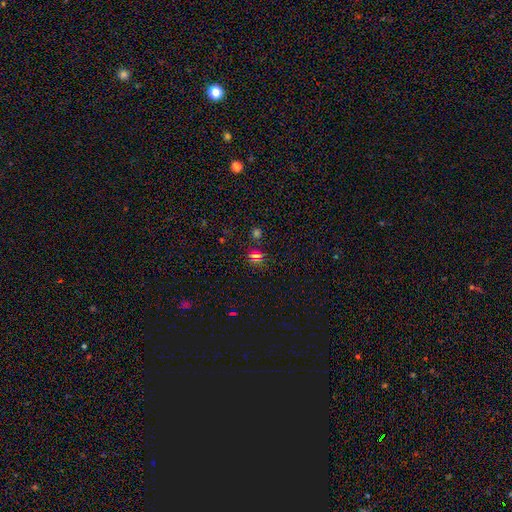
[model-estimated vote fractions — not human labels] Smooth or featured? star or artifact (47%)